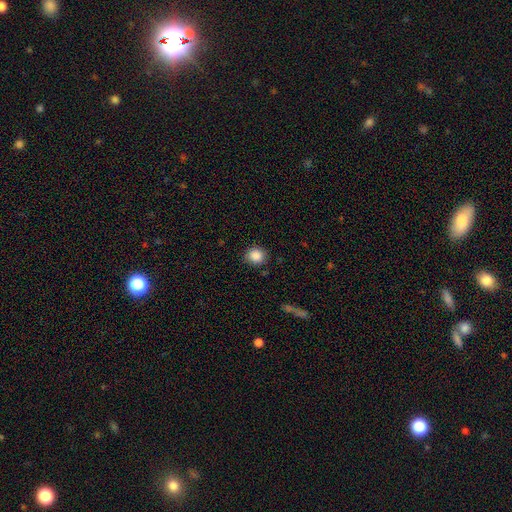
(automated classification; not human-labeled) This appears to be a smooth galaxy with no disk features (87%) that is round (87%). Merging: none (87%).